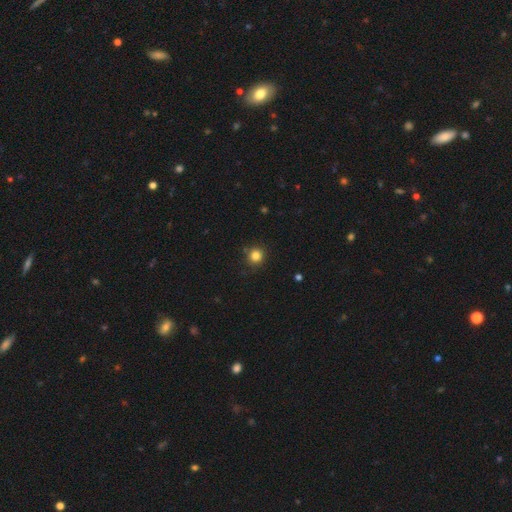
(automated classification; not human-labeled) The model was most divided on "smooth or featured": smooth: 82%, star or artifact: 13%, featured or disk: 5%. More confident: how rounded — round (94%); merging — none (86%).